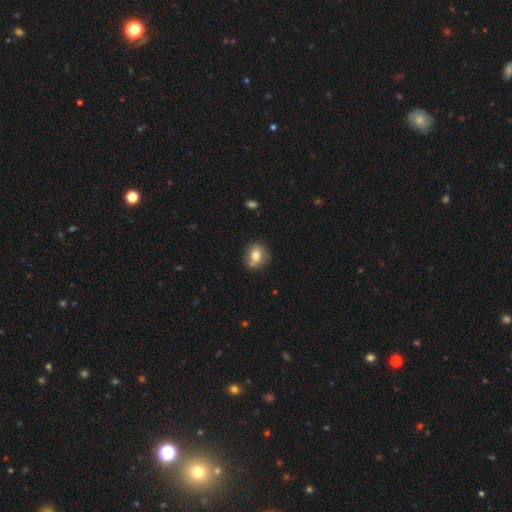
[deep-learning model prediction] smooth_or_featured: smooth (p=0.69) [alt: featured or disk p=0.22]
how_rounded: round (p=0.58) [alt: in between p=0.40]
merging: none (p=0.68) [alt: minor disturbance p=0.20]